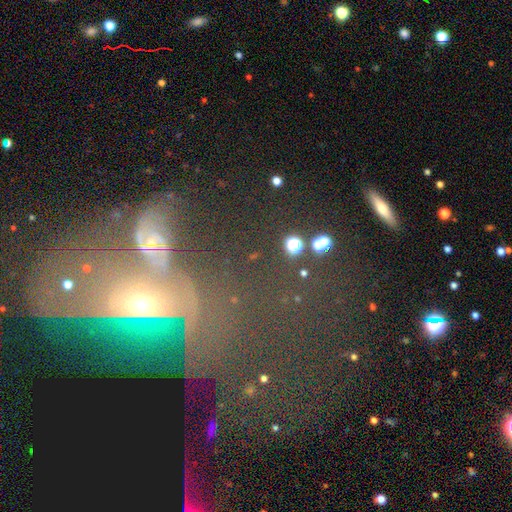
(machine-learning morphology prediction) Overall: featured or disk (50%; star or artifact 28%). Merging: merger (53%; major disturbance 25%).